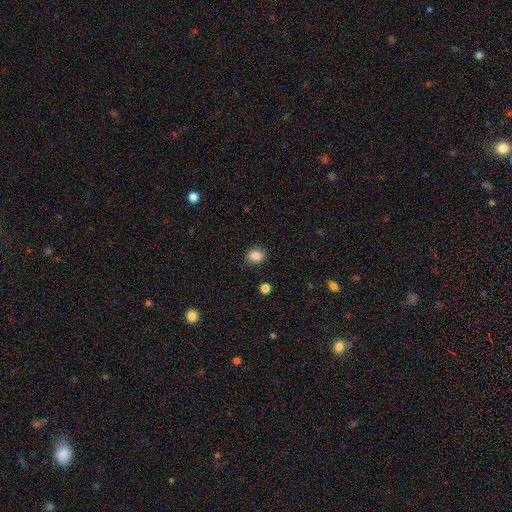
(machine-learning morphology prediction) smooth_or_featured: smooth (p=0.85) [alt: star or artifact p=0.10]
how_rounded: round (p=0.52) [alt: in between p=0.47]
merging: none (p=0.85) [alt: minor disturbance p=0.11]